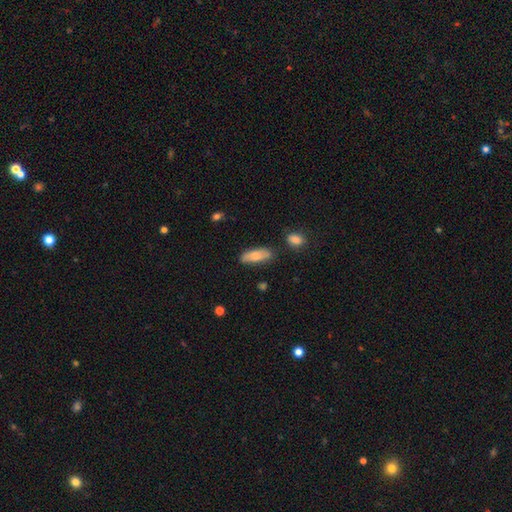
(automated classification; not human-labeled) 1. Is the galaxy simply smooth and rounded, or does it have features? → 76% smooth, 18% featured or disk, 7% star or artifact.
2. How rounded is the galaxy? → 66% in between, 31% cigar-shaped, 2% round.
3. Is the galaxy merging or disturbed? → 68% none, 21% minor disturbance, 6% merger, 5% major disturbance.